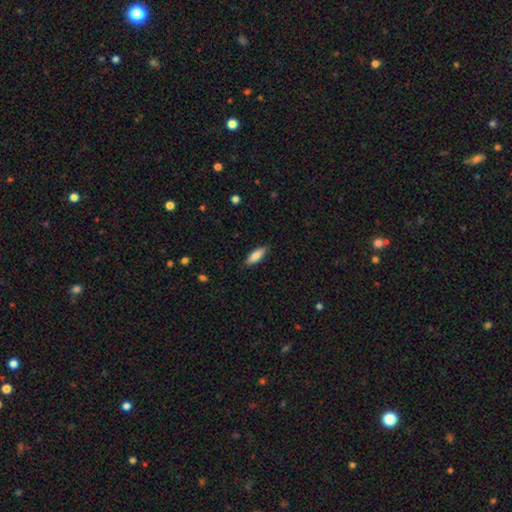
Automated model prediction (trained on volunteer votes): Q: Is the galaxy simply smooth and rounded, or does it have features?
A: smooth — 82%.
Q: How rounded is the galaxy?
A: in between — 65%.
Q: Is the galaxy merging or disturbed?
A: none — 87%.